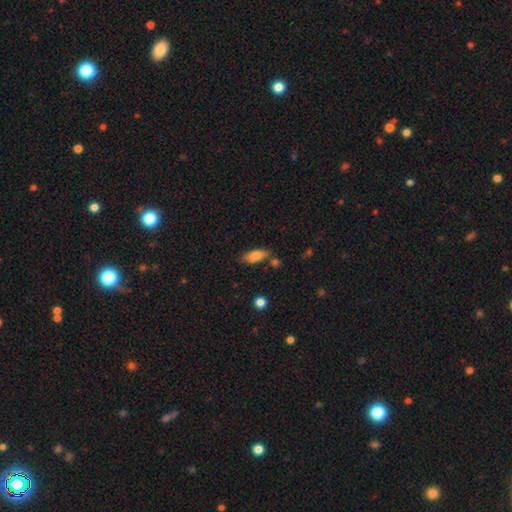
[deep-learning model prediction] smooth 80%, featured or disk 13%, star or artifact 8%. Down the decision tree: how rounded — in between (79%); merging — none (68%).